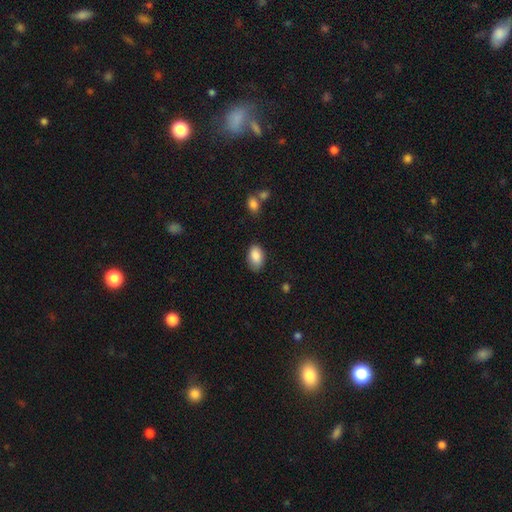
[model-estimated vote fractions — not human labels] This appears to be a smooth galaxy with no disk features (88%) that is in between round and cigar-shaped (90%). Merging: none (75%).